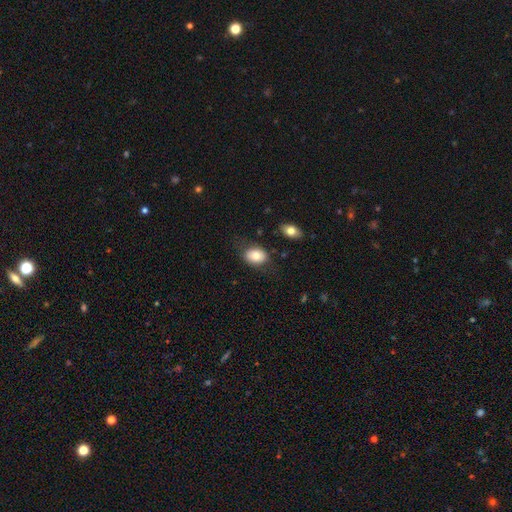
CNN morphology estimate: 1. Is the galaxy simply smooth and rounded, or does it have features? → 80% smooth, 12% featured or disk, 8% star or artifact.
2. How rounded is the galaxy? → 72% in between, 27% round, 1% cigar-shaped.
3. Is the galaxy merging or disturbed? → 75% none, 16% minor disturbance, 5% major disturbance, 3% merger.